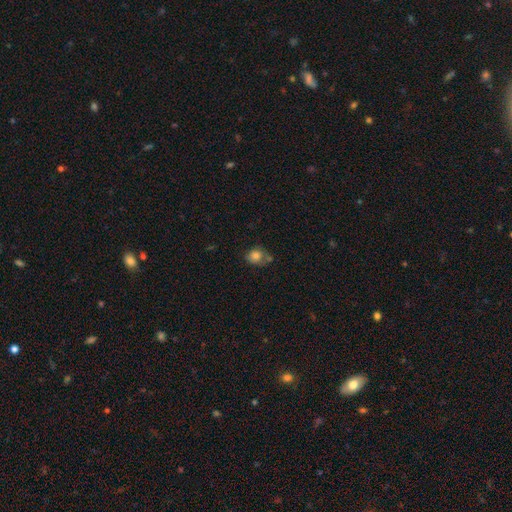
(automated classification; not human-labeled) Morphology: type=smooth (79%); roundness=round (63%); merging=none (49%).